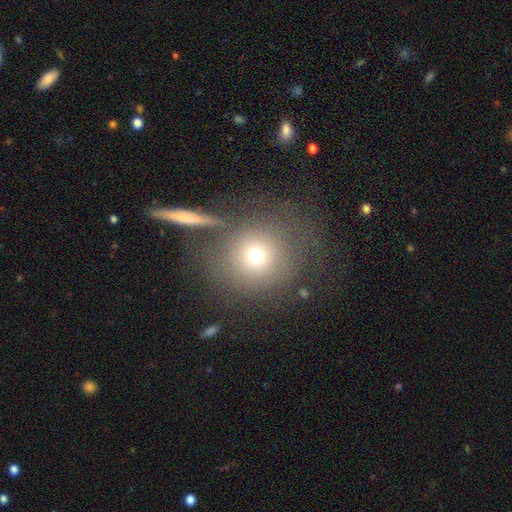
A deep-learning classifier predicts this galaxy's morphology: Overall: smooth (69%). How rounded: round (87%). Merging: none (69%).